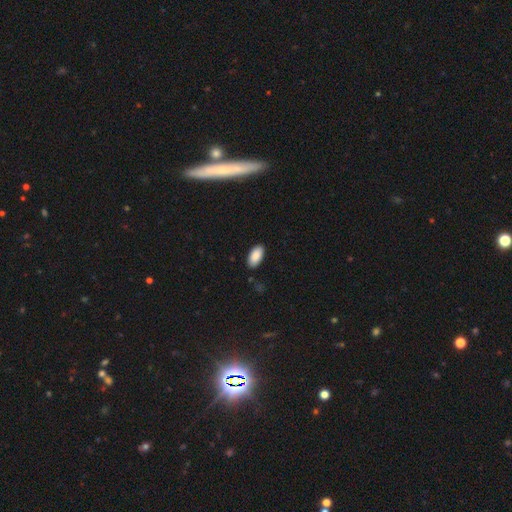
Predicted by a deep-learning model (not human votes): Smooth or featured? smooth (90%)
How rounded? in between (95%)
Merging? none (88%)